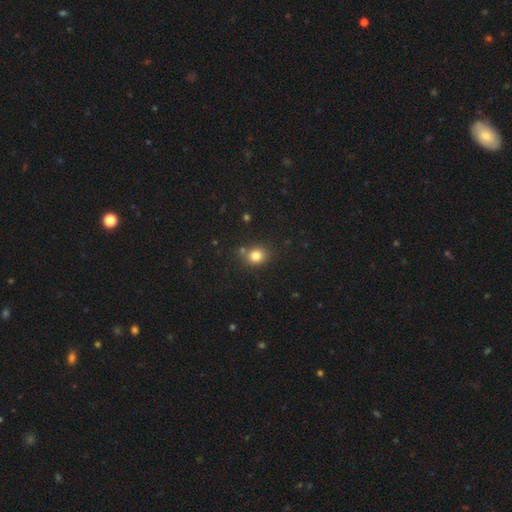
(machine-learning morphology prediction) Smooth or featured: smooth — 80% (star or artifact — 13%)
How rounded: round — 76% (in between — 23%)
Merging: none — 76% (minor disturbance — 11%)